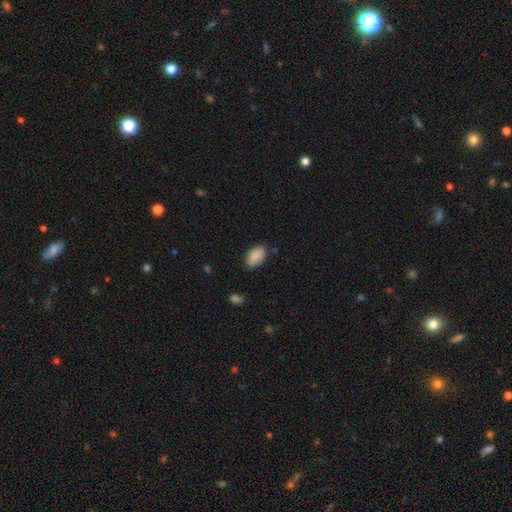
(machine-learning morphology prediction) Smooth or featured? Predicted: smooth (p=0.89). How rounded? Predicted: in between (p=0.93). Merging? Predicted: none (p=0.79).